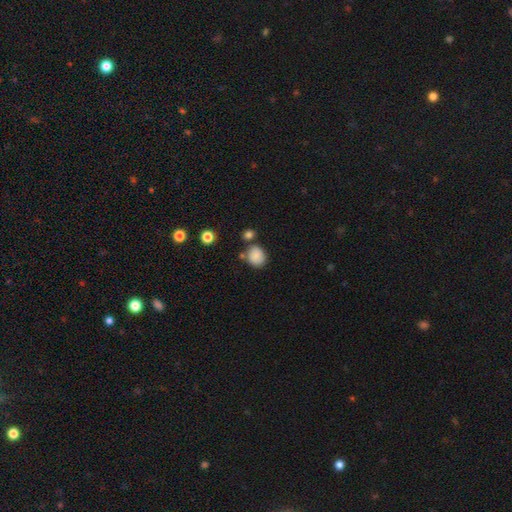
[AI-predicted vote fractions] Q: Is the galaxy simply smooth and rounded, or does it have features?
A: smooth — 84%.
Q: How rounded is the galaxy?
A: round — 68%.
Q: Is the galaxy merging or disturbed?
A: none — 67%.